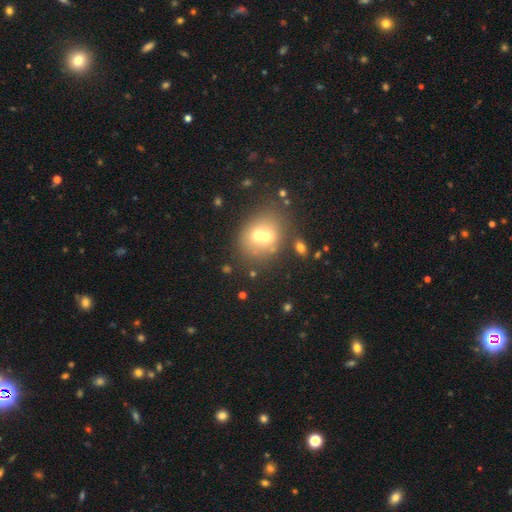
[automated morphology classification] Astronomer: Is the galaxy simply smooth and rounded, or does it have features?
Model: smooth — 54%.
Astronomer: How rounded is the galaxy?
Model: round — 53% (runner-up: in between, 45%).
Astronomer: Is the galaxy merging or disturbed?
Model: none — 53%.